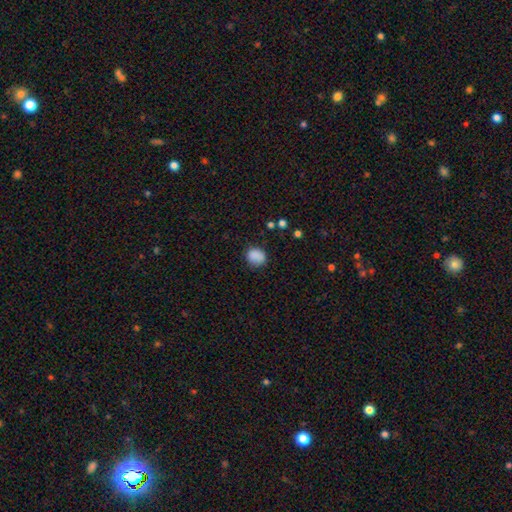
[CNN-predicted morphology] The model was most divided on "how rounded": round: 69%, in between: 31%, cigar-shaped: 1%. More confident: smooth or featured — smooth (87%); merging — none (79%).